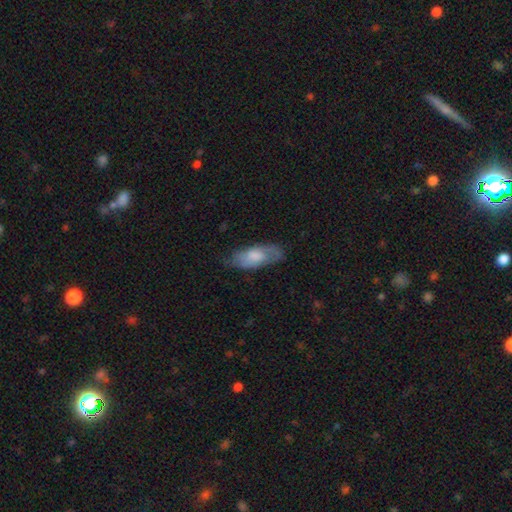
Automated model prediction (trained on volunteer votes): Smooth or featured? smooth (57%)
How rounded? in between (76%)
Merging? none (69%)